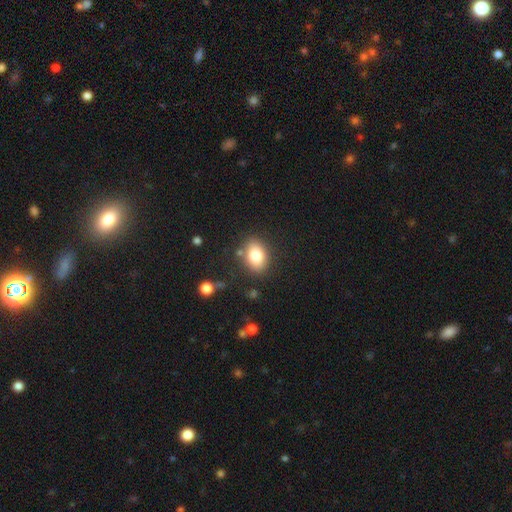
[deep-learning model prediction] This is clearly a smooth galaxy (80%). How rounded: likely in between (74%). Merging: clearly none (81%).